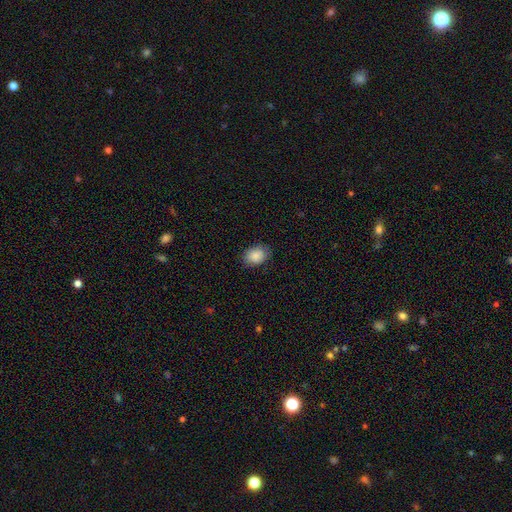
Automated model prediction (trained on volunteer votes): A smooth galaxy with no disk features (89%) that is in between round and cigar-shaped (72%).

Vote fractions:
- Smooth or featured? smooth: 89% / star or artifact: 7% / featured or disk: 4%
- How rounded? in between: 72% / round: 27% / cigar-shaped: 1%
- Merging? none: 82% / minor disturbance: 14% / major disturbance: 3% / merger: 1%